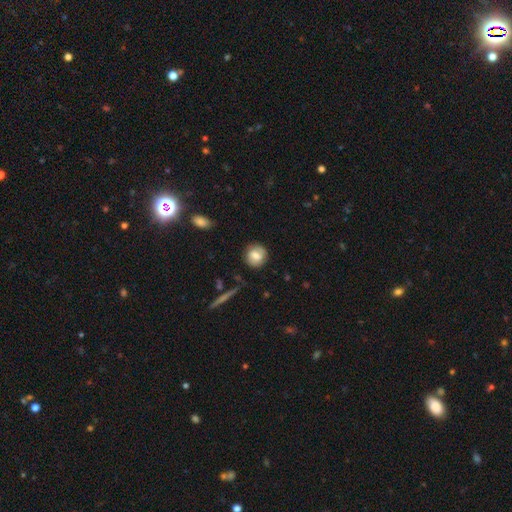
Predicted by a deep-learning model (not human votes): Q: Smooth or featured?
A: smooth (65%); runner-up: featured or disk (27%)
Q: How rounded?
A: round (82%); runner-up: in between (16%)
Q: Merging?
A: none (79%); runner-up: minor disturbance (15%)